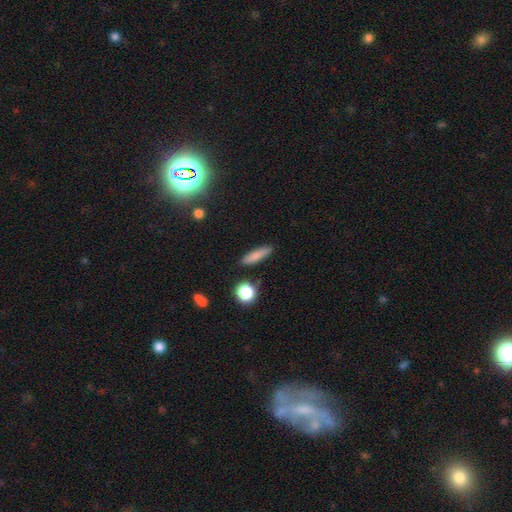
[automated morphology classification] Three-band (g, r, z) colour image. It shows a smooth galaxy with no disk features (80%) that is cigar-shaped (73%). Merging: none (87%).